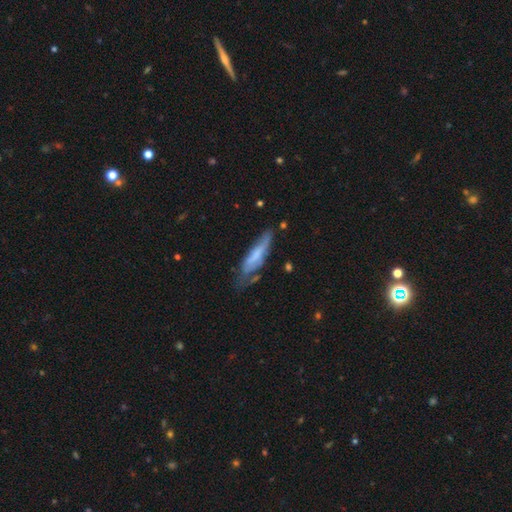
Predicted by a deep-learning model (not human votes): Smooth or featured? smooth (52%)
How rounded? cigar-shaped (69%)
Merging? none (41%)